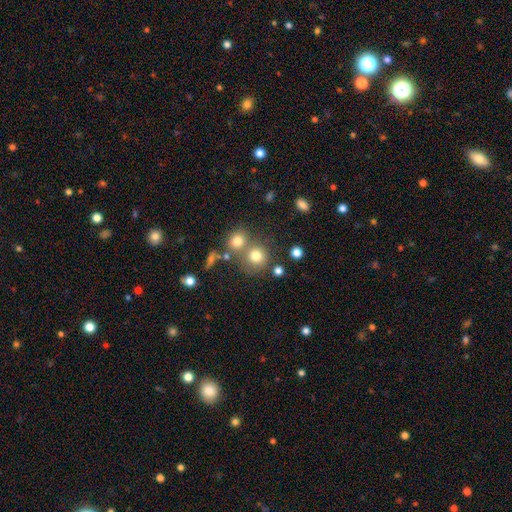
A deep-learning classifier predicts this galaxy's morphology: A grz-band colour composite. It shows a smooth galaxy with no disk features (76%) that is round (87%). Merging: none (56%).